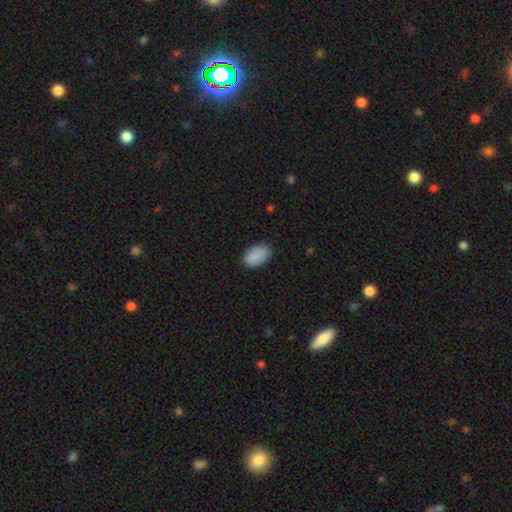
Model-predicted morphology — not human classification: A smooth galaxy with no disk features (90%) that is in between round and cigar-shaped (92%).

Vote fractions:
- Smooth or featured? smooth: 90% / star or artifact: 7% / featured or disk: 3%
- How rounded? in between: 92% / round: 6% / cigar-shaped: 1%
- Merging? none: 83% / minor disturbance: 13% / major disturbance: 3% / merger: 1%